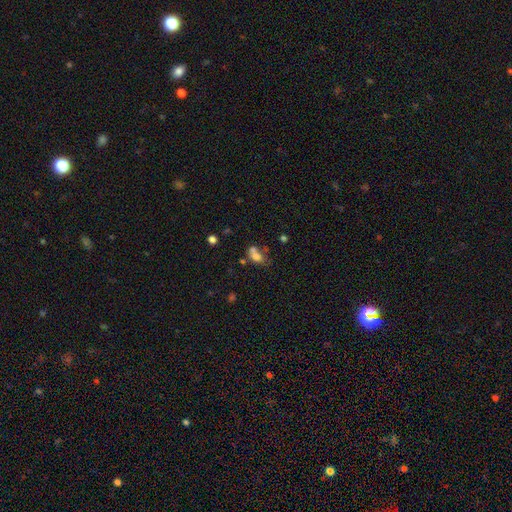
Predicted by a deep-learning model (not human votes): The model was most divided on "merging": merger: 48%, none: 30%, minor disturbance: 13%, major disturbance: 9%. More confident: how rounded — in between (69%); smooth or featured — smooth (69%).